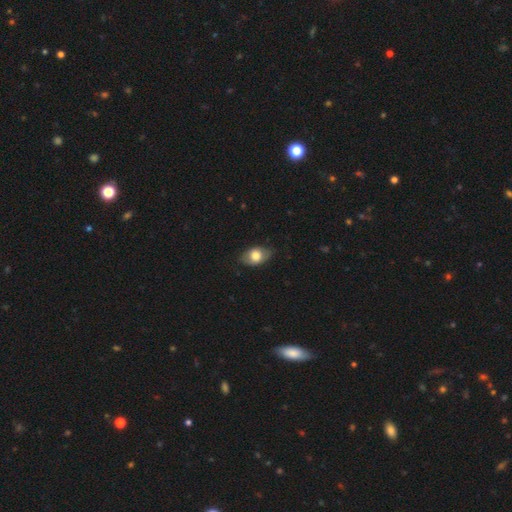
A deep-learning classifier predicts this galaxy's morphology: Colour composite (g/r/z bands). It shows a smooth galaxy with no disk features (71%) that is in between round and cigar-shaped (82%). Merging: none (75%).